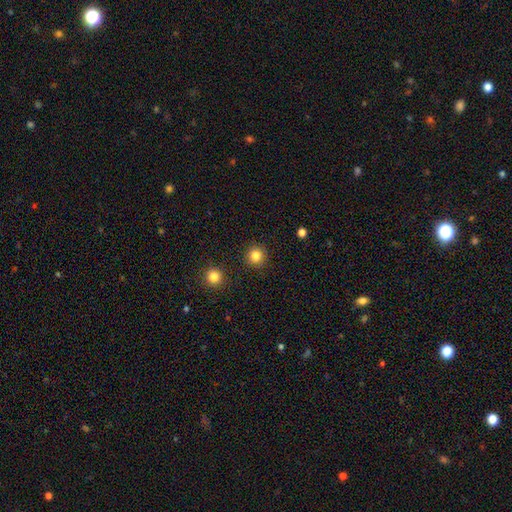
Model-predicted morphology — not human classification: Smooth or featured? smooth (84%)
How rounded? round (94%)
Merging? none (91%)